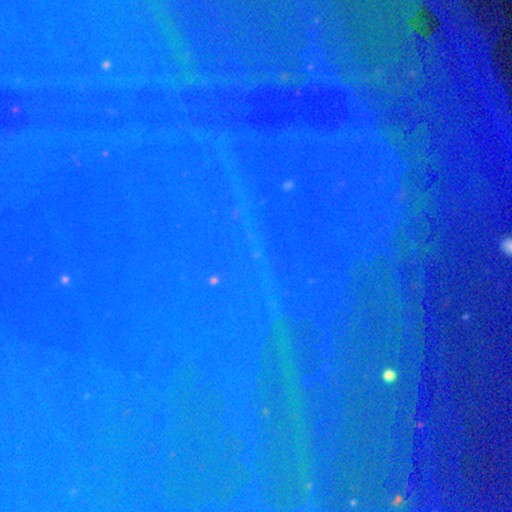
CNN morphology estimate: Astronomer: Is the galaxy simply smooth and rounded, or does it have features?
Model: star or artifact — 81%.